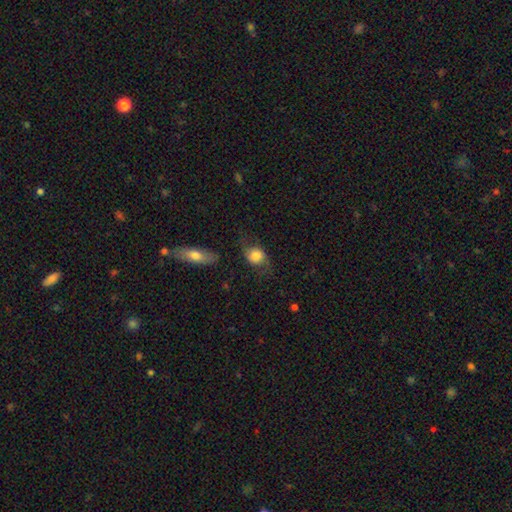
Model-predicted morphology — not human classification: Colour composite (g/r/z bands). It shows a smooth galaxy with no disk features (58%) that is round (59%). Merging: none (55%).